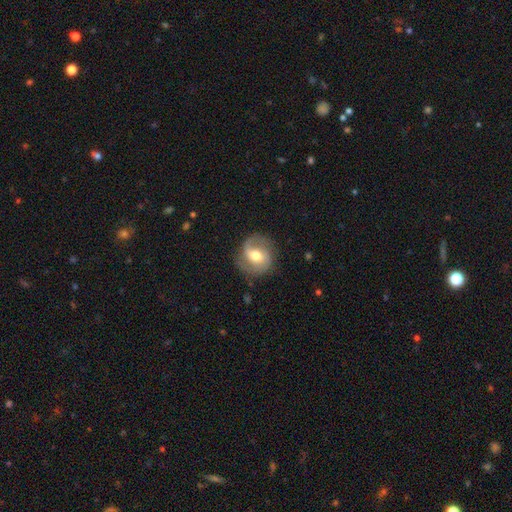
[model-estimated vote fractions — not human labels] A featured or disk galaxy (73%) with a weak bar (48%), 2 (81%) medium (48%) spiral arms (90%) and a moderate central bulge (71%).

Vote fractions:
- Smooth or featured? featured or disk: 73% / smooth: 21% / star or artifact: 6%
- Edge-on disk? no: 97% / yes: 3%
- Bar? weak: 48% / no: 31% / strong: 22%
- Spiral arms? yes: 90% / no: 10%
- Spiral winding? medium: 48% / loose: 29% / tight: 23%
- Spiral arm count? 2: 81% / 1: 9% / can't tell: 6% / 3: 2% / 4: 1% / more than 4: 1%
- Bulge size? moderate: 71% / small: 18% / large: 9% / none: 1% / dominant: 1%
- Merging? none: 76% / minor disturbance: 15% / major disturbance: 7% / merger: 1%